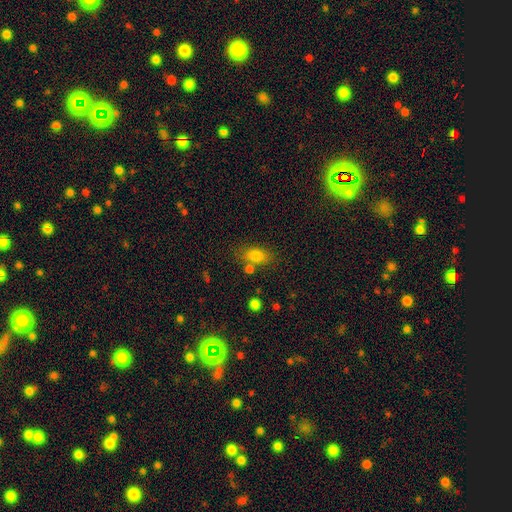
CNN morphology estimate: A smooth galaxy with no disk features (80%) that is in between round and cigar-shaped (83%). Merging: none (67%).